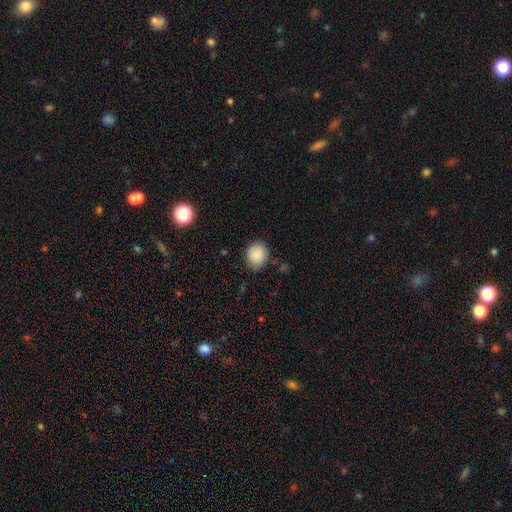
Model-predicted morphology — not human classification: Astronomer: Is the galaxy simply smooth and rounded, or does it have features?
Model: smooth — 86%.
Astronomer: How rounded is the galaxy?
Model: round — 74%.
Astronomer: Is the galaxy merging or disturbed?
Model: none — 79%.